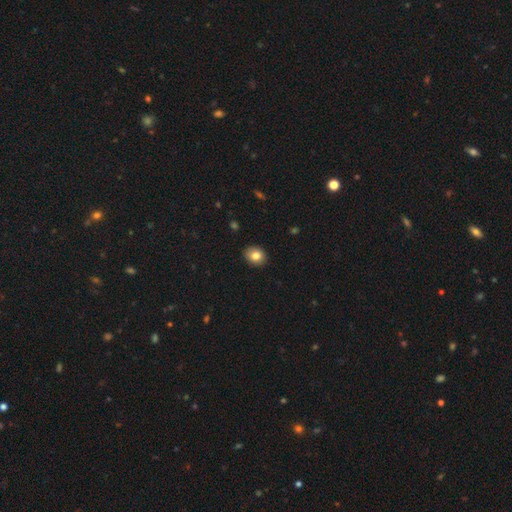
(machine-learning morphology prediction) Q: Smooth or featured?
A: smooth (82%); runner-up: star or artifact (9%)
Q: How rounded?
A: round (54%); runner-up: in between (45%)
Q: Merging?
A: none (88%); runner-up: minor disturbance (9%)